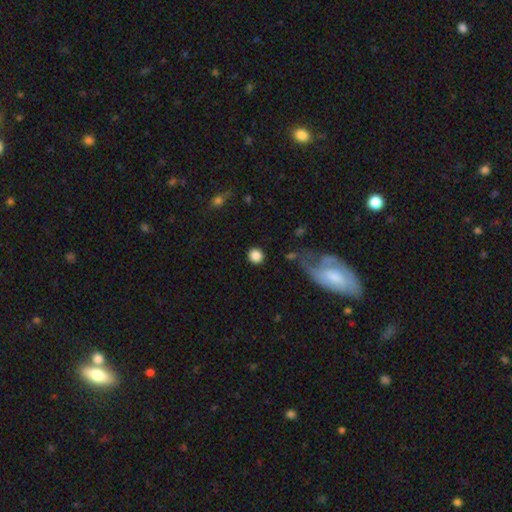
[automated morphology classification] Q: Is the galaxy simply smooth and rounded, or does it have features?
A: smooth — 86%.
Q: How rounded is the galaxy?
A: round — 90%.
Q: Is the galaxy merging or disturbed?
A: none — 86%.